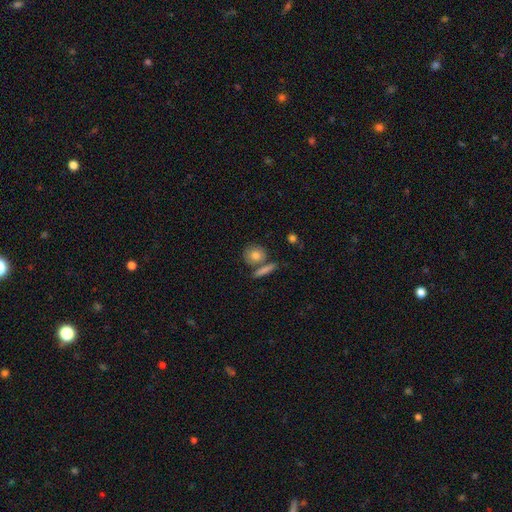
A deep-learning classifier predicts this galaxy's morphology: Smooth or featured?
  - smooth: 77% *
  - featured or disk: 14%
  - star or artifact: 9%
How rounded?
  - round: 71% *
  - in between: 24%
  - cigar-shaped: 6%
Merging?
  - none: 65% *
  - merger: 20%
  - minor disturbance: 11%
  - major disturbance: 4%